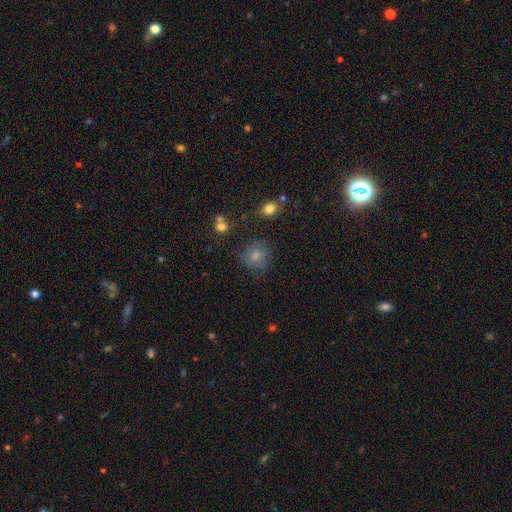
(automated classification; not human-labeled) Q: Smooth or featured?
A: smooth (77%); runner-up: featured or disk (12%)
Q: How rounded?
A: round (83%); runner-up: in between (16%)
Q: Merging?
A: none (75%); runner-up: minor disturbance (16%)